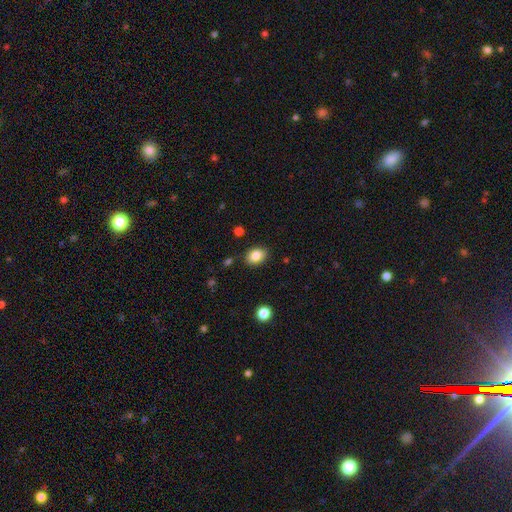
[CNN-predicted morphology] The model was most divided on "how rounded": in between: 67%, round: 32%, cigar-shaped: 1%. More confident: merging — none (85%); smooth or featured — smooth (85%).